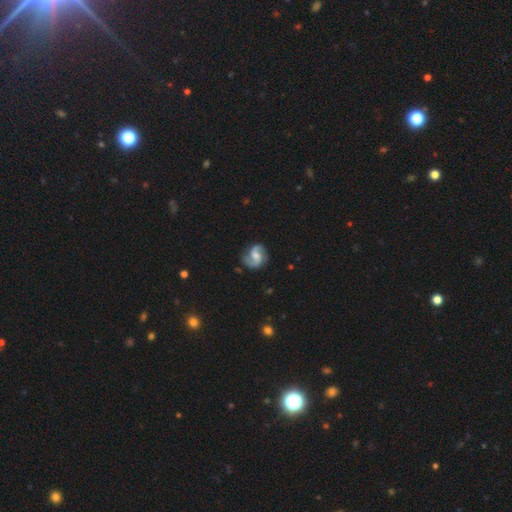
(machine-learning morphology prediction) This is clearly a featured or disk galaxy (85%). It is clearly not viewed edge-on (98%). Bar: possibly weak (50%). Spiral arm pattern: clearly yes (97%). Spiral arm count: clearly 2 (92%). Spiral winding: possibly medium (49%). Central bulge: possibly moderate (54%). Merging: likely none (80%).